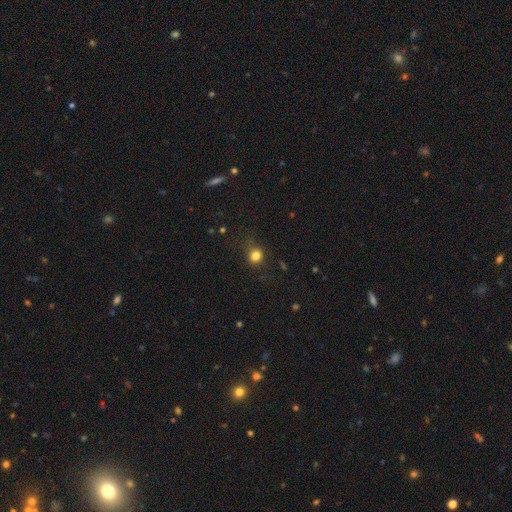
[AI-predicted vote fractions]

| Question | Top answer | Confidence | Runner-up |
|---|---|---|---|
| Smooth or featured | smooth | 81% | star or artifact (14%) |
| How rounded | round | 82% | in between (17%) |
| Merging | none | 77% | minor disturbance (16%) |